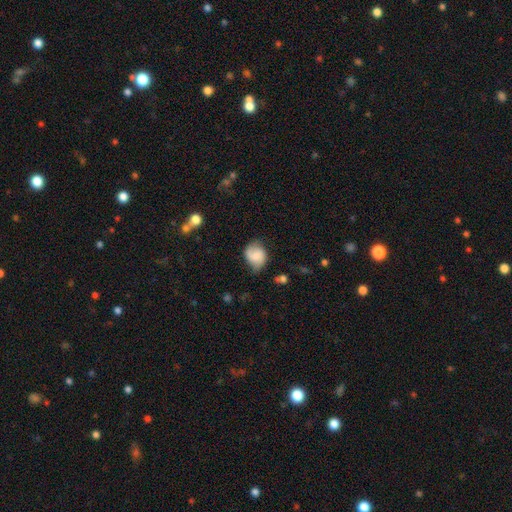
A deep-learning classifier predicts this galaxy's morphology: type=smooth (61%); roundness=round (58%); merging=none (54%).